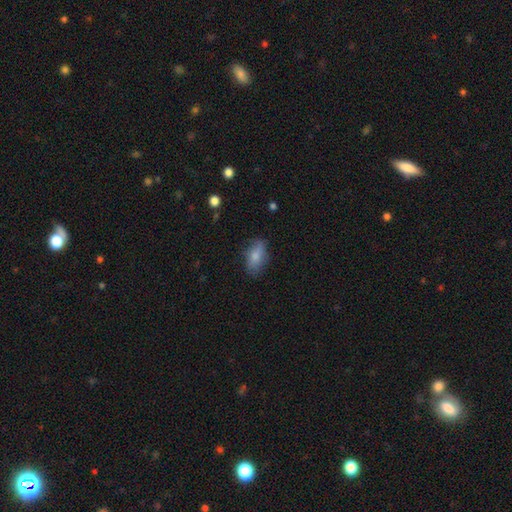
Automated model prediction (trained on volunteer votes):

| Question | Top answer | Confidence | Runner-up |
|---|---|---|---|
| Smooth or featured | smooth | 80% | featured or disk (13%) |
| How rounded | in between | 89% | cigar-shaped (6%) |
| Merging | none | 71% | minor disturbance (22%) |